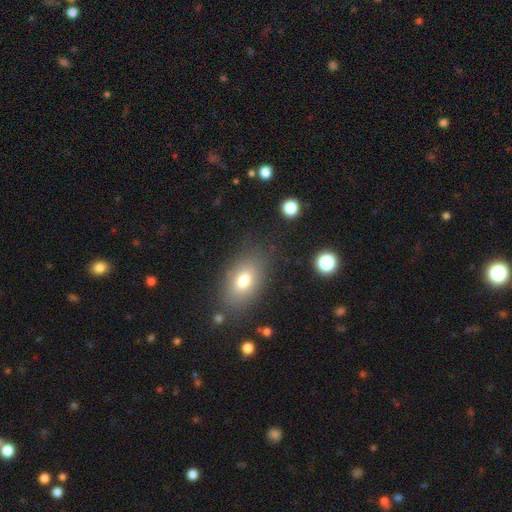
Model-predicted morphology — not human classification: This appears to be a smooth galaxy with no disk features (66%) that is in between round and cigar-shaped (79%). Merging: none (85%).